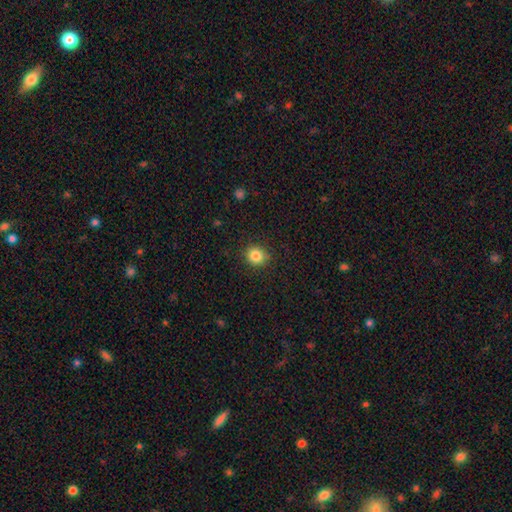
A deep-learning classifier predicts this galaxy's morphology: type=smooth (85%); roundness=round (84%); merging=none (88%).